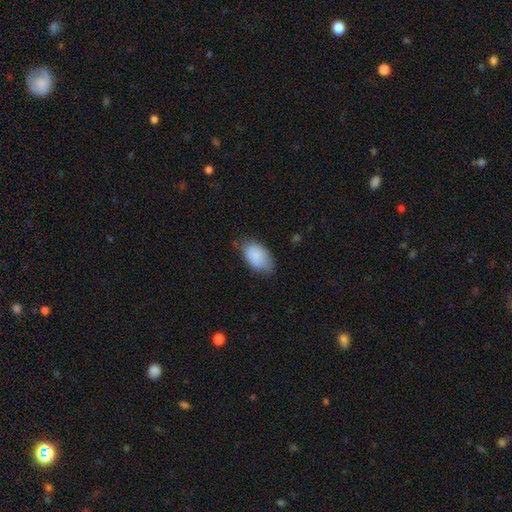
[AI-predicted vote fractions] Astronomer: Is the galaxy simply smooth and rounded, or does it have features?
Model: smooth — 86%.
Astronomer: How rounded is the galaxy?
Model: in between — 94%.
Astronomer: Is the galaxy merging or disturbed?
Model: none — 65%.